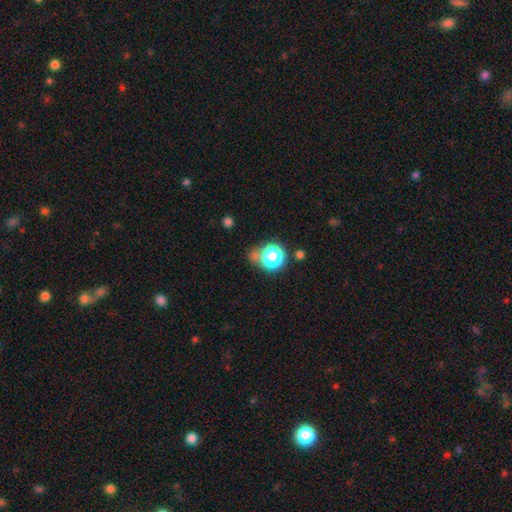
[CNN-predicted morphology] A smooth galaxy with no disk features (67%) that is round (81%). Merging: none (56%).